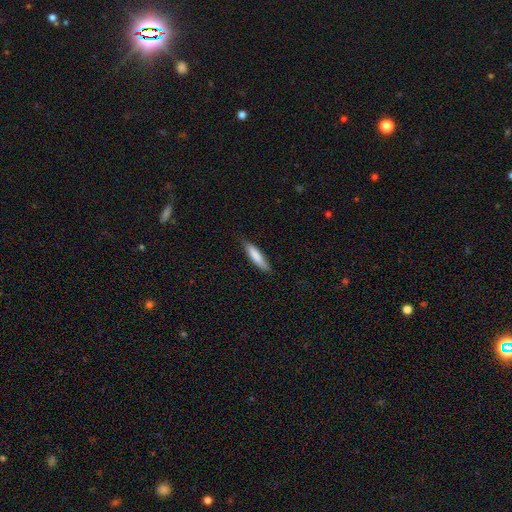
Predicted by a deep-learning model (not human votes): smooth_or_featured: smooth (p=0.82) [alt: featured or disk p=0.13]
how_rounded: cigar-shaped (p=0.78) [alt: in between p=0.21]
merging: none (p=0.84) [alt: minor disturbance p=0.13]